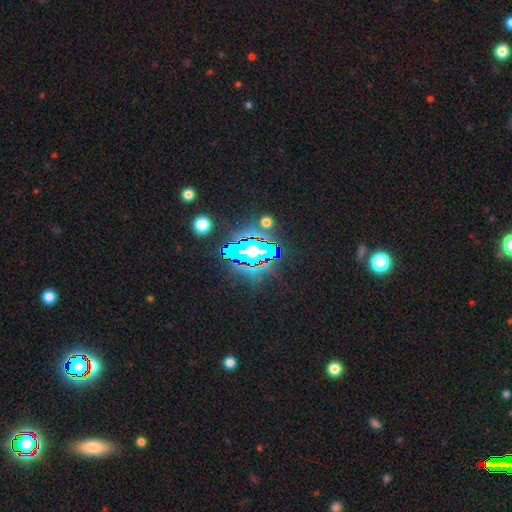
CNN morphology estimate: This is clearly a star or artifact rather than a galaxy (84%).